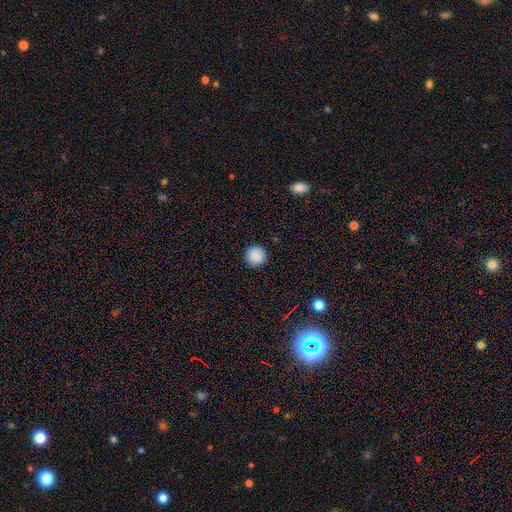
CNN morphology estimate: Q: Smooth or featured?
A: smooth (88%); runner-up: star or artifact (9%)
Q: How rounded?
A: round (96%); runner-up: in between (3%)
Q: Merging?
A: none (92%); runner-up: minor disturbance (5%)